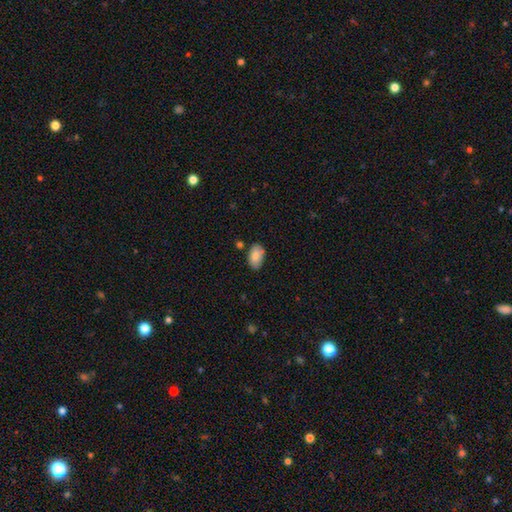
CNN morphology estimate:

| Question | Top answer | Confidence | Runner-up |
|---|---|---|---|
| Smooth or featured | smooth | 83% | featured or disk (11%) |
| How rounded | in between | 93% | round (6%) |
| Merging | none | 80% | minor disturbance (14%) |